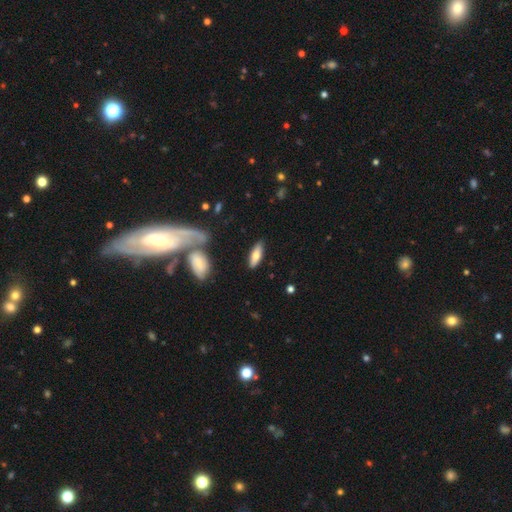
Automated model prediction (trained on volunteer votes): Smooth or featured?
  - smooth: 66% *
  - featured or disk: 28%
  - star or artifact: 6%
How rounded?
  - in between: 59% *
  - cigar-shaped: 38%
  - round: 2%
Merging?
  - none: 83% *
  - minor disturbance: 10%
  - merger: 4%
  - major disturbance: 3%